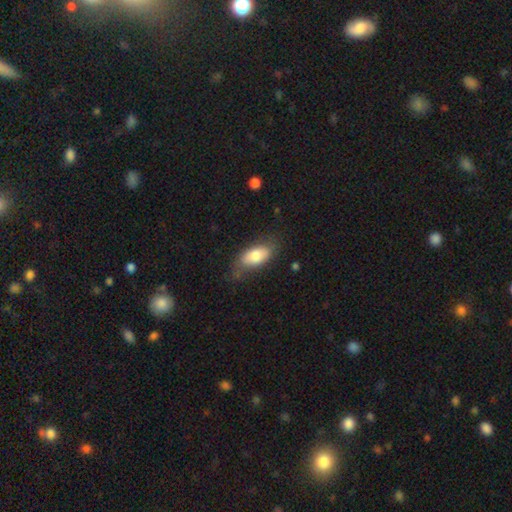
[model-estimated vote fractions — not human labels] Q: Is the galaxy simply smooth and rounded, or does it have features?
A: smooth — 75%.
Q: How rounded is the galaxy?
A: in between — 88%.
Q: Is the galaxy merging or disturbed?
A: none — 60%.